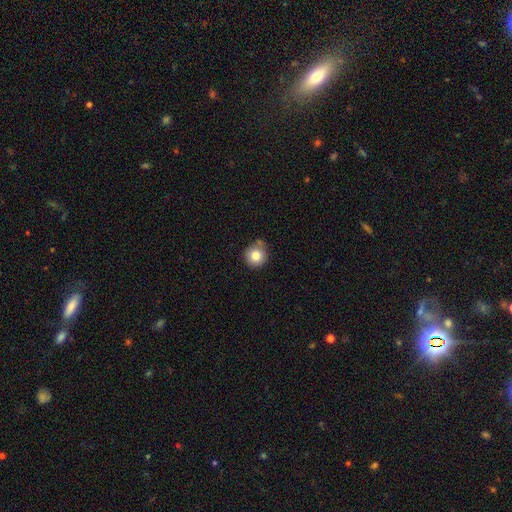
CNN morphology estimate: smooth-or-featured: smooth: 81% | star or artifact: 10% | featured or disk: 9%
  how-rounded: round: 93% | in between: 6% | cigar-shaped: 1%
  merging: none: 74% | minor disturbance: 17% | merger: 6% | major disturbance: 3%